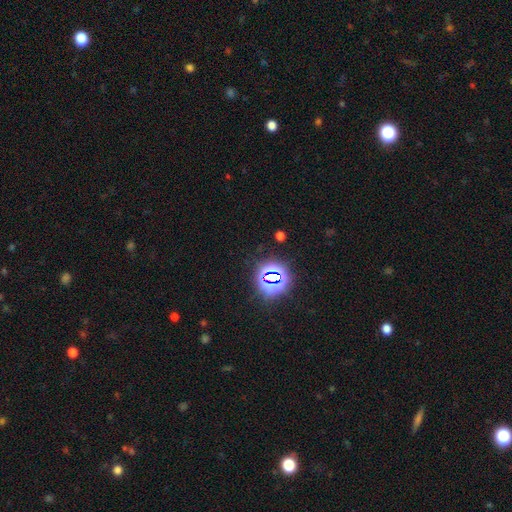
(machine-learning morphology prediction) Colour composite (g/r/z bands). It shows a star or artifact, not a galaxy (76%).